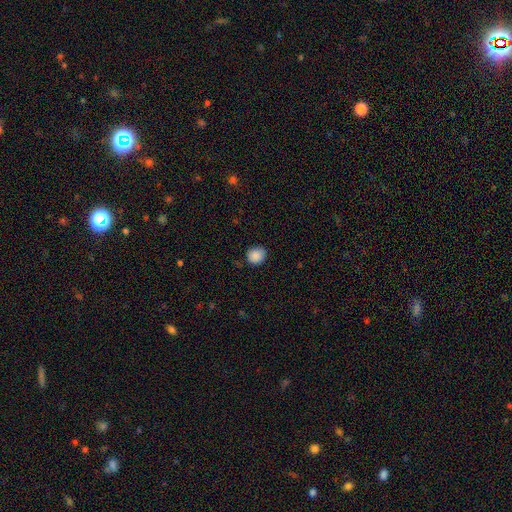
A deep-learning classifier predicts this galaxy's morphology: smooth_or_featured: smooth (p=0.88) [alt: star or artifact p=0.08]
how_rounded: round (p=0.78) [alt: in between p=0.22]
merging: none (p=0.79) [alt: minor disturbance p=0.17]